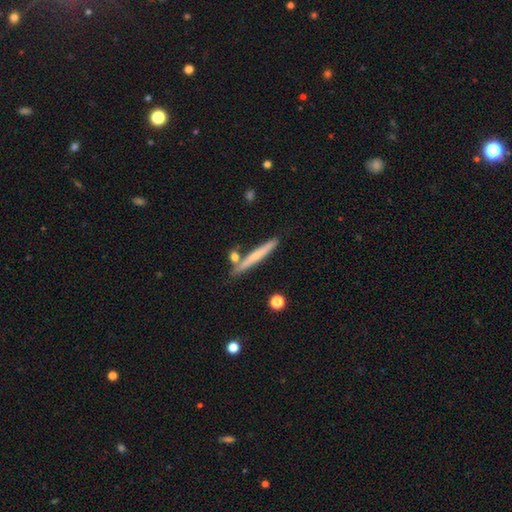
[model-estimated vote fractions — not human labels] A smooth galaxy with no disk features (51%) that is cigar-shaped (95%).

Vote fractions:
- Smooth or featured? smooth: 51% / featured or disk: 43% / star or artifact: 7%
- How rounded? cigar-shaped: 95% / in between: 3% / round: 2%
- Merging? none: 79% / minor disturbance: 11% / merger: 8% / major disturbance: 2%